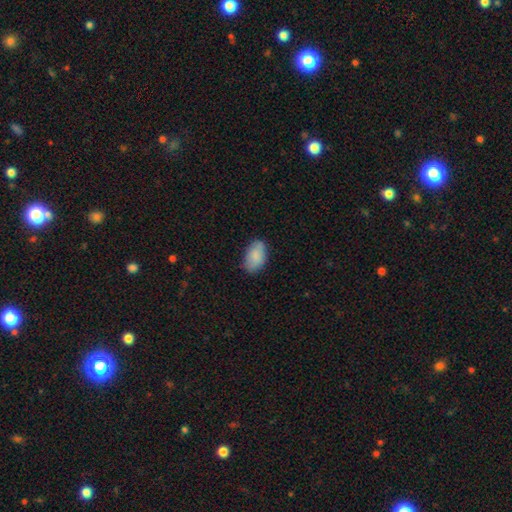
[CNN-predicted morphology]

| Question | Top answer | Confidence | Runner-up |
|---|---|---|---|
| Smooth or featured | smooth | 85% | featured or disk (9%) |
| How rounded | in between | 93% | round (6%) |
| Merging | none | 76% | minor disturbance (19%) |